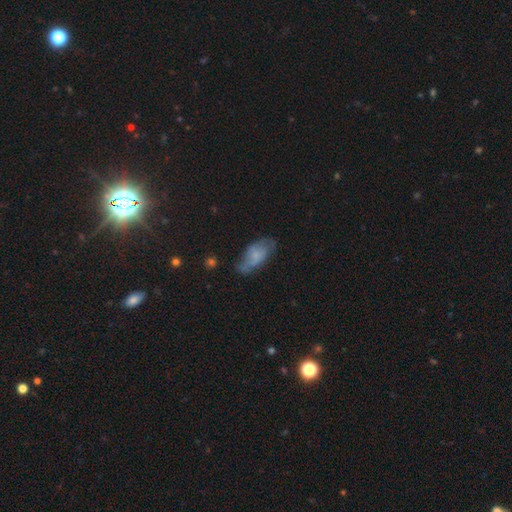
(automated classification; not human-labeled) Morphology: type=smooth (54%); roundness=in between (87%); merging=none (53%).